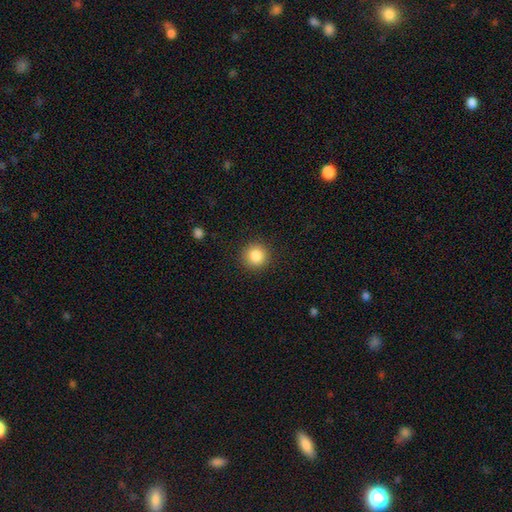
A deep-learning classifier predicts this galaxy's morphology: This appears to be a smooth galaxy with no disk features (86%) that is round (94%). Merging: none (91%).